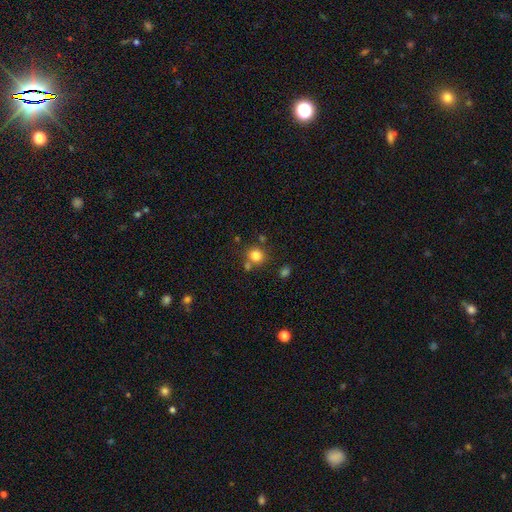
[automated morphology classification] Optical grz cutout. It shows a smooth galaxy with no disk features (81%) that is round (83%). Merging: none (71%).